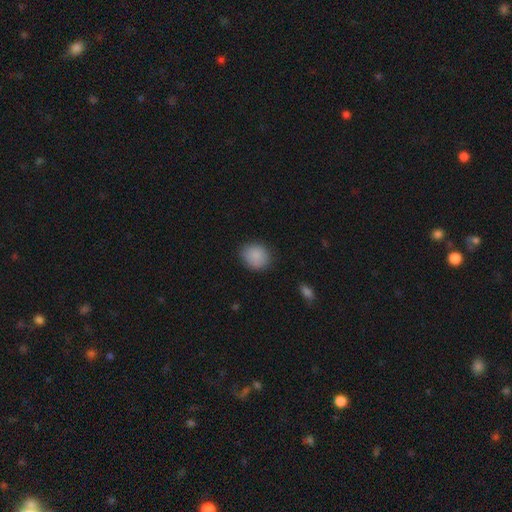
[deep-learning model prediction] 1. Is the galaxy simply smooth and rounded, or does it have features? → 88% smooth, 8% star or artifact, 4% featured or disk.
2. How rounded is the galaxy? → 70% round, 29% in between, 1% cigar-shaped.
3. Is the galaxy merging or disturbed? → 83% none, 13% minor disturbance, 3% major disturbance, 1% merger.